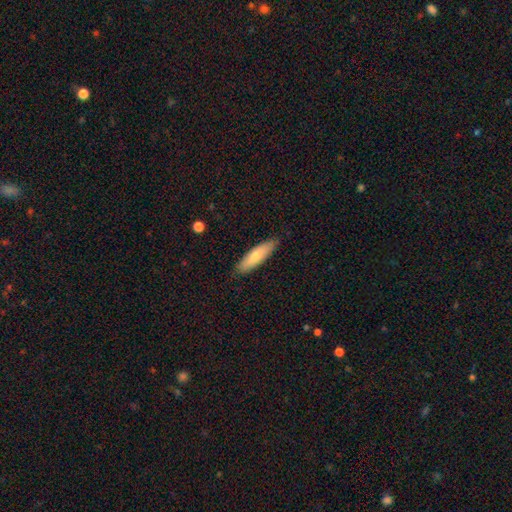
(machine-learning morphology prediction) This appears to be a smooth galaxy with no disk features (72%) that is cigar-shaped (62%). Merging: none (85%).